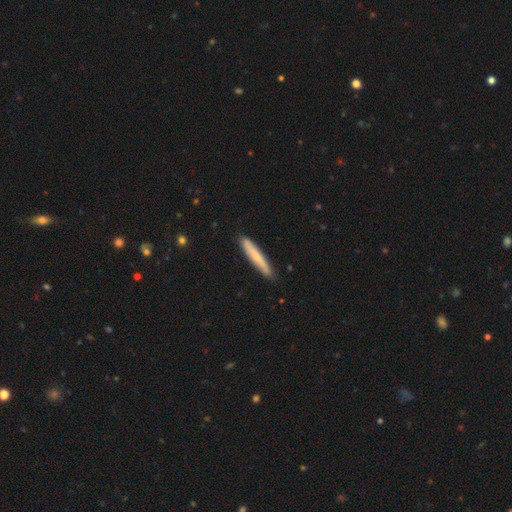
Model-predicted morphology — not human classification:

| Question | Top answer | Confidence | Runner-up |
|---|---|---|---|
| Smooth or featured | smooth | 64% | featured or disk (31%) |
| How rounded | cigar-shaped | 94% | in between (4%) |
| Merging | none | 88% | minor disturbance (9%) |